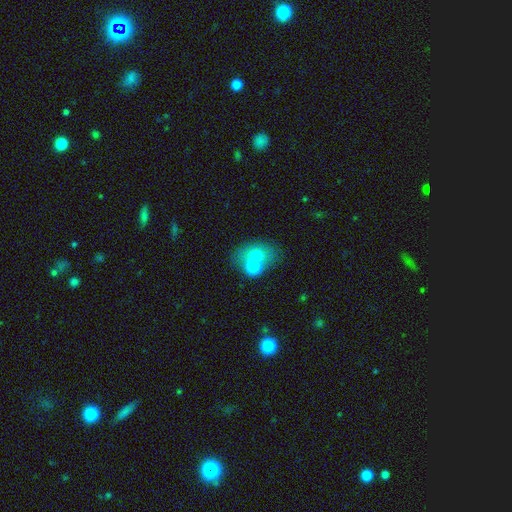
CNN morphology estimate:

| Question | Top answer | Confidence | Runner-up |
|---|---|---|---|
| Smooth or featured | smooth | 66% | featured or disk (20%) |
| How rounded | in between | 57% | round (42%) |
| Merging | none | 46% | merger (36%) |